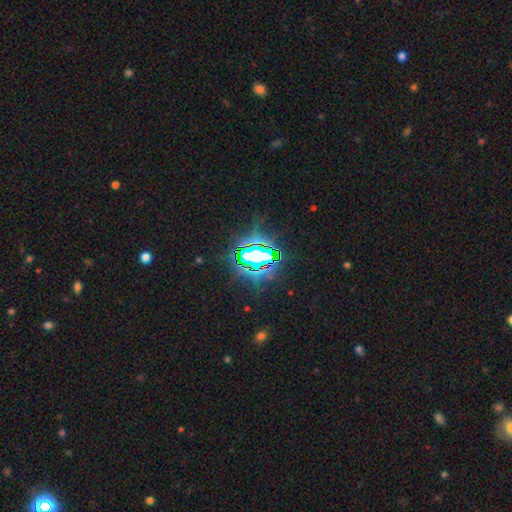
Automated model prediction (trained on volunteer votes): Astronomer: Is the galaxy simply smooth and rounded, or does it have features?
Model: star or artifact — 79%.